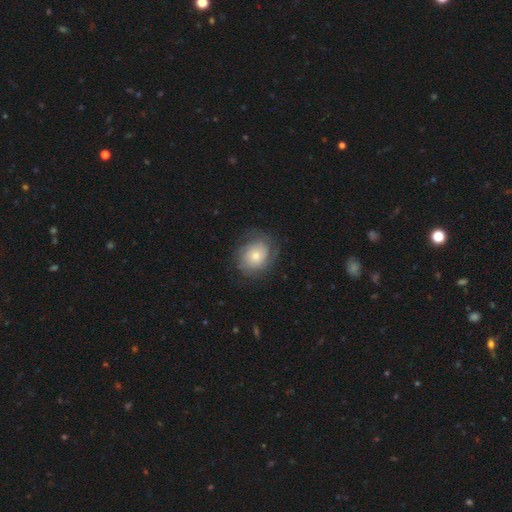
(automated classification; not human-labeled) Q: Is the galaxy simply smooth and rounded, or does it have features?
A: smooth — 49%.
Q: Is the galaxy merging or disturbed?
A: none — 67%.